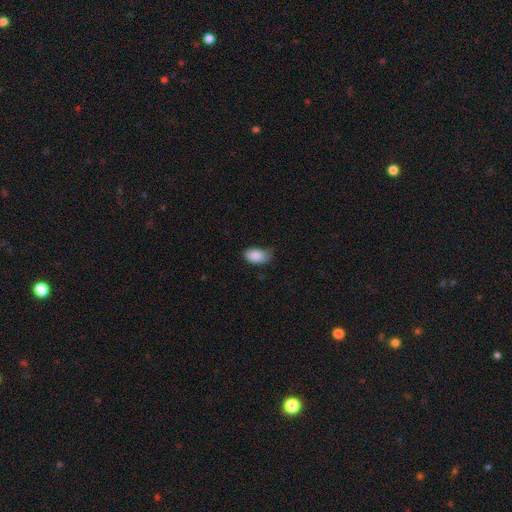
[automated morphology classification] This is clearly a smooth galaxy (88%). How rounded: clearly in between (93%). Merging: likely none (65%).